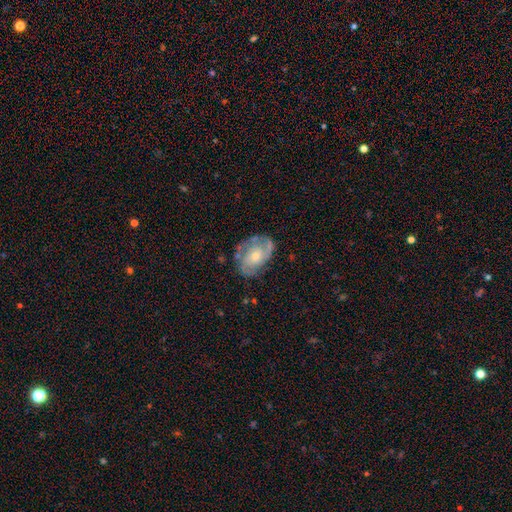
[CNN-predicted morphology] Smooth or featured: featured or disk — 74% (smooth — 20%)
Edge-on disk: no — 97% (yes — 3%)
Bar: no — 75% (weak — 22%)
Spiral arms: yes — 85% (no — 15%)
Spiral winding: tight — 44% (medium — 39%)
Spiral arm count: 2 — 51% (can't tell — 27%)
Bulge size: small — 50% (moderate — 43%)
Merging: none — 66% (minor disturbance — 22%)